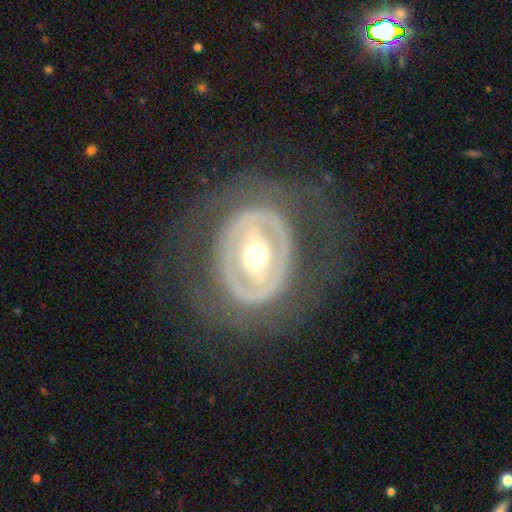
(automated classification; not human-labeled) This is likely a featured or disk galaxy (76%). It is clearly not viewed edge-on (94%). Bar: marginally strong (38%). Spiral arm pattern: likely no (74%). Central bulge: likely moderate (69%). Merging: likely none (72%).